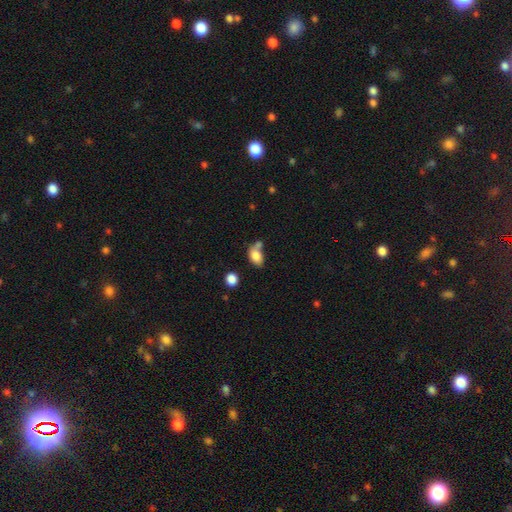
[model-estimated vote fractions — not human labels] smooth_or_featured: smooth (p=0.81) [alt: featured or disk p=0.11]
how_rounded: in between (p=0.83) [alt: round p=0.15]
merging: none (p=0.43) [alt: merger p=0.32]